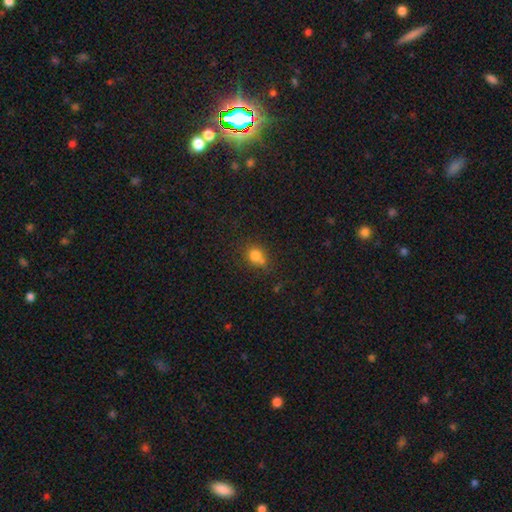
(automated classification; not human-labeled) Smooth or featured? Predicted: smooth (p=0.78). How rounded? Predicted: round (p=0.68). Merging? Predicted: none (p=0.57).